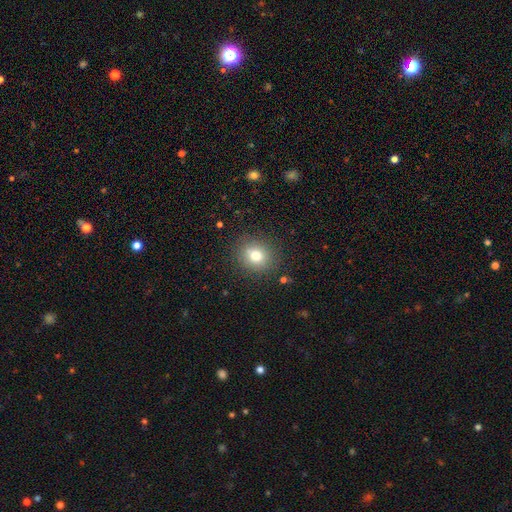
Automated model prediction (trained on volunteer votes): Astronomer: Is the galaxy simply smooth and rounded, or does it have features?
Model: smooth — 76%.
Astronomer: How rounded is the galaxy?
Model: round — 81%.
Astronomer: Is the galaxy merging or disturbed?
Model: none — 86%.